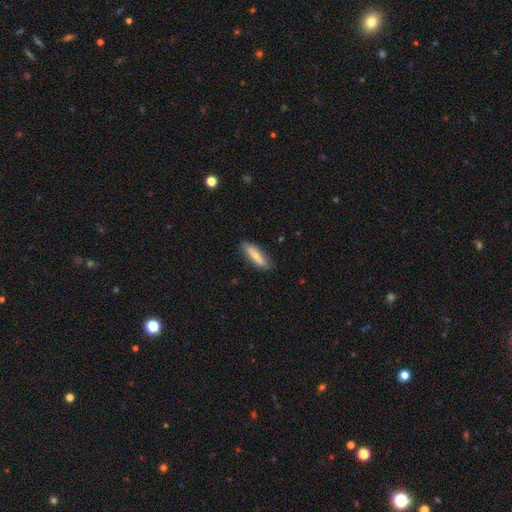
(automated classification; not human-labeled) Smooth or featured?
  - smooth: 70% *
  - featured or disk: 24%
  - star or artifact: 6%
How rounded?
  - cigar-shaped: 62% *
  - in between: 36%
  - round: 2%
Merging?
  - none: 84% *
  - minor disturbance: 13%
  - major disturbance: 2%
  - merger: 1%